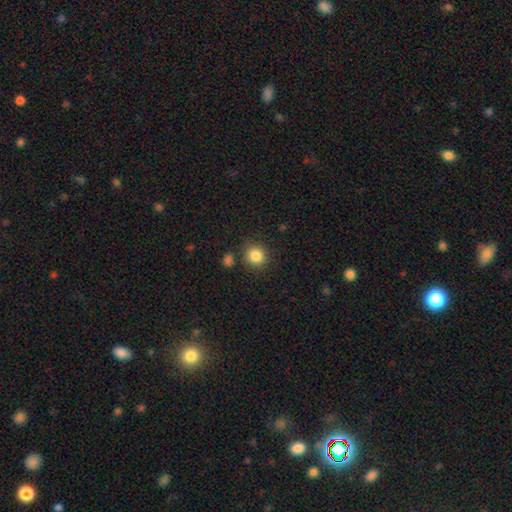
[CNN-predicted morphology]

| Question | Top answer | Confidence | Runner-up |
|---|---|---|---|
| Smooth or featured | smooth | 85% | star or artifact (10%) |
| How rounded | round | 88% | in between (11%) |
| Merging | none | 83% | minor disturbance (9%) |